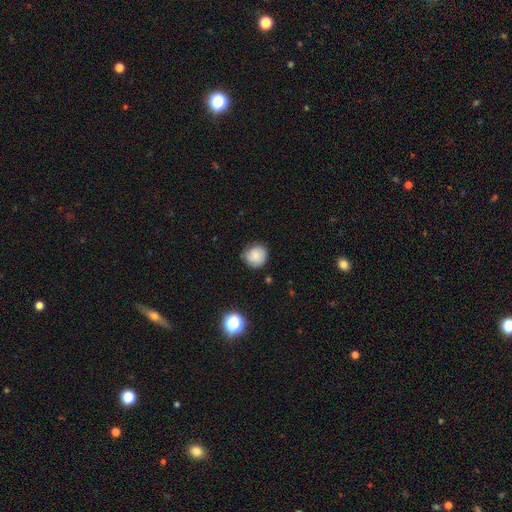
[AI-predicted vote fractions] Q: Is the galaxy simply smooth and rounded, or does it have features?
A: smooth — 77%.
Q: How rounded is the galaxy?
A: round — 89%.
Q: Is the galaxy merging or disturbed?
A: none — 75%.